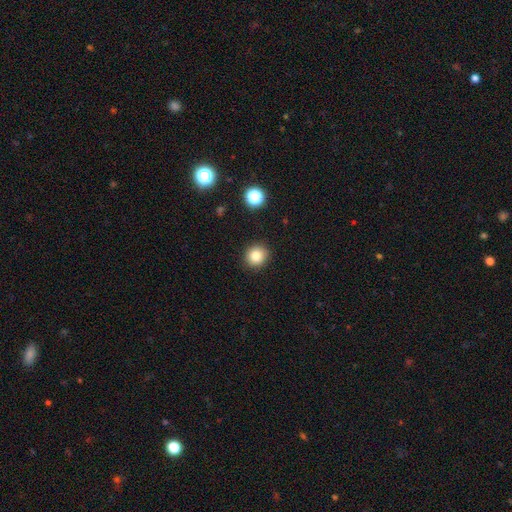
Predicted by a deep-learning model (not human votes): A smooth galaxy with no disk features (82%) that is round (86%). Merging: none (90%).